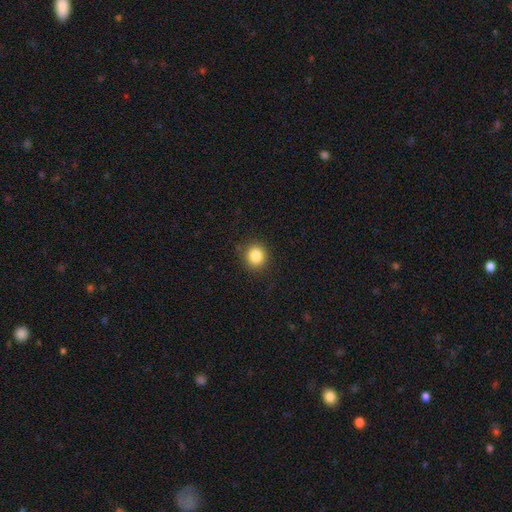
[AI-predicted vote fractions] Smooth or featured? smooth (85%)
How rounded? round (86%)
Merging? none (88%)